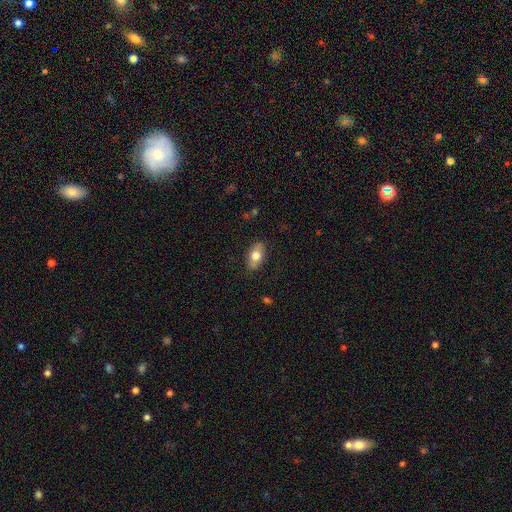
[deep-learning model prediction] A smooth galaxy with no disk features (71%) that is in between round and cigar-shaped (88%).

Vote fractions:
- Smooth or featured? smooth: 71% / featured or disk: 23% / star or artifact: 7%
- How rounded? in between: 88% / round: 7% / cigar-shaped: 5%
- Merging? none: 85% / minor disturbance: 11% / major disturbance: 3% / merger: 1%